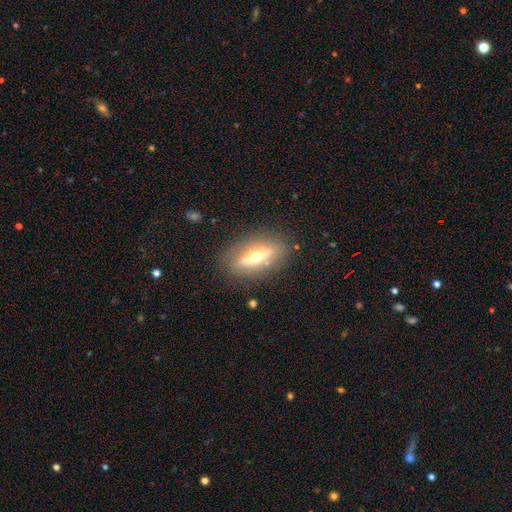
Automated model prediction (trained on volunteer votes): featured or disk 57%, smooth 35%, star or artifact 8%. Down the decision tree: edge-on disk — yes (70%); merging — none (83%).